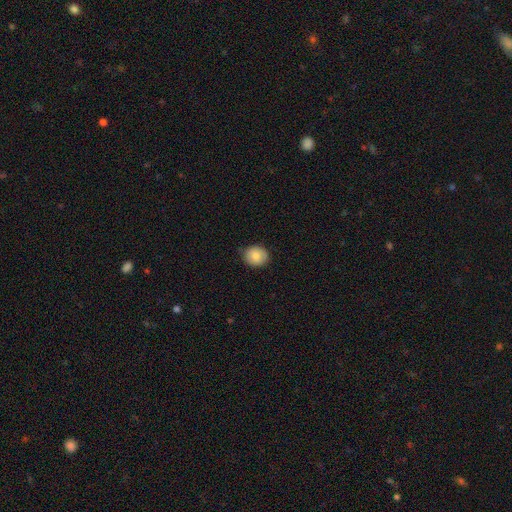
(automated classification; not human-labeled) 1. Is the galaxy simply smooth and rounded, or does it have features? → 84% smooth, 8% featured or disk, 8% star or artifact.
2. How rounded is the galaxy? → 70% round, 29% in between, 1% cigar-shaped.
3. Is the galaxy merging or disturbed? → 82% none, 15% minor disturbance, 2% major disturbance, 1% merger.